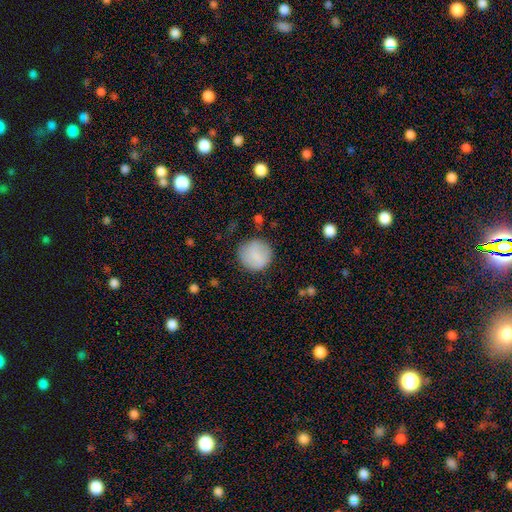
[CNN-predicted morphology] type=smooth (82%); roundness=round (93%); merging=none (84%).